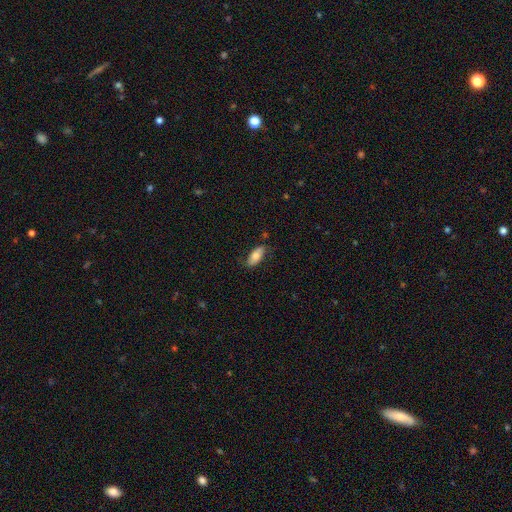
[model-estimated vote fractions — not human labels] This is likely a smooth galaxy (71%). How rounded: clearly in between (85%). Merging: likely none (74%).